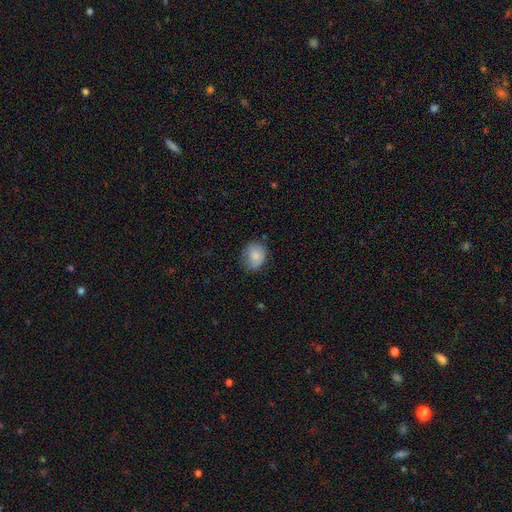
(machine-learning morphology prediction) Smooth or featured: smooth — 80% (featured or disk — 12%)
How rounded: round — 59% (in between — 40%)
Merging: none — 62% (minor disturbance — 29%)